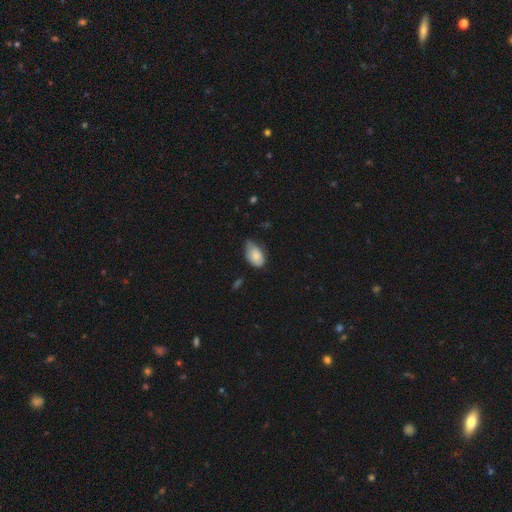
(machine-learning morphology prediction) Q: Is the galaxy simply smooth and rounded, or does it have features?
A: smooth — 82%.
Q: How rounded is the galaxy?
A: in between — 91%.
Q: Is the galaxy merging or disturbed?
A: minor disturbance — 48%.